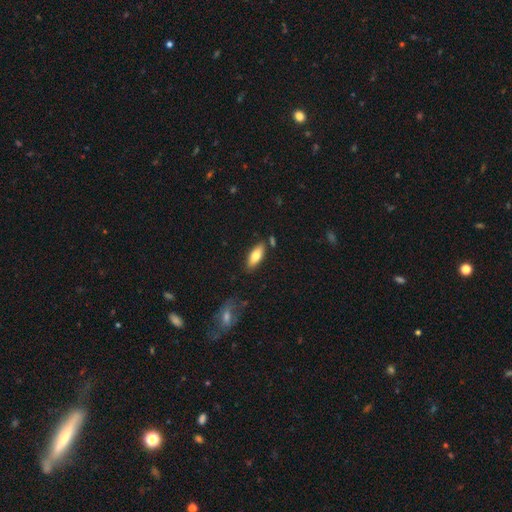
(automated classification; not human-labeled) Smooth or featured?
  - smooth: 74% *
  - featured or disk: 20%
  - star or artifact: 6%
How rounded?
  - in between: 75% *
  - cigar-shaped: 23%
  - round: 2%
Merging?
  - none: 81% *
  - minor disturbance: 12%
  - merger: 4%
  - major disturbance: 3%